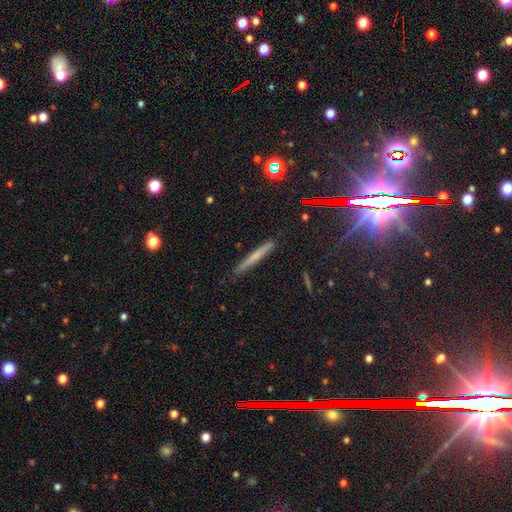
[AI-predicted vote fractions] This is possibly a smooth galaxy (54%). How rounded: clearly cigar-shaped (95%). Merging: clearly none (86%).